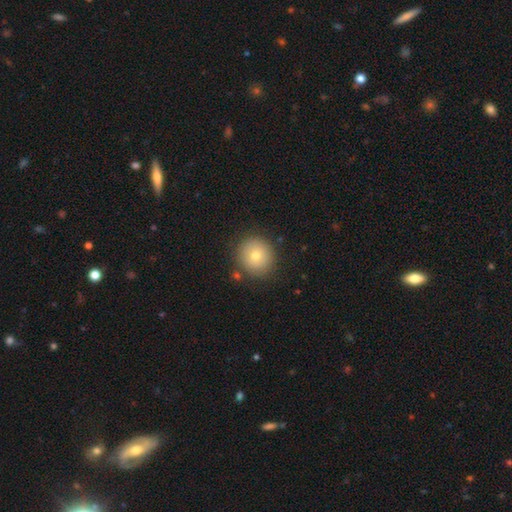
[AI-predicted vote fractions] Smooth or featured? smooth (74%)
How rounded? round (93%)
Merging? none (87%)